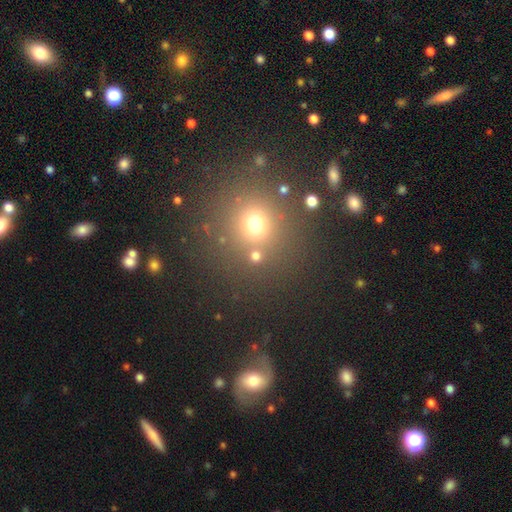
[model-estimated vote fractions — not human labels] smooth 69%, star or artifact 24%, featured or disk 7%. Down the decision tree: how rounded — round (88%); merging — none (77%).